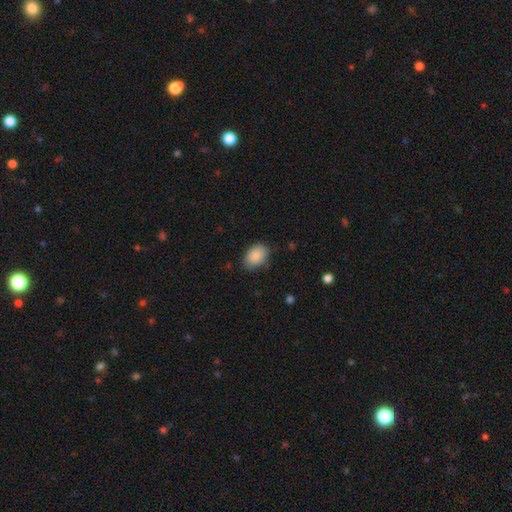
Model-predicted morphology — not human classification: Smooth or featured? Predicted: smooth (p=0.87). How rounded? Predicted: in between (p=0.81). Merging? Predicted: none (p=0.77).